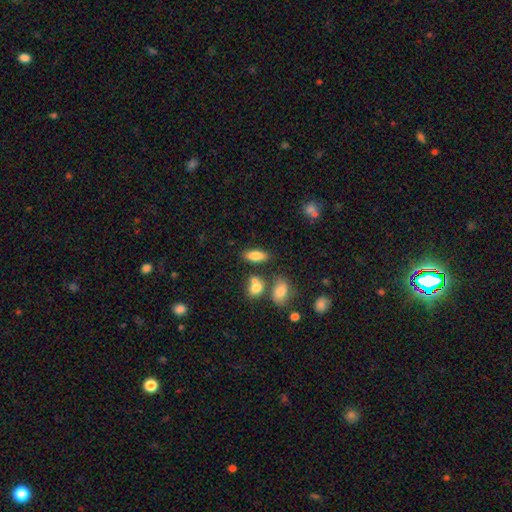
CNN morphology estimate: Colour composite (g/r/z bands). It shows a smooth galaxy with no disk features (79%) that is in between round and cigar-shaped (78%). Merging: none (73%).